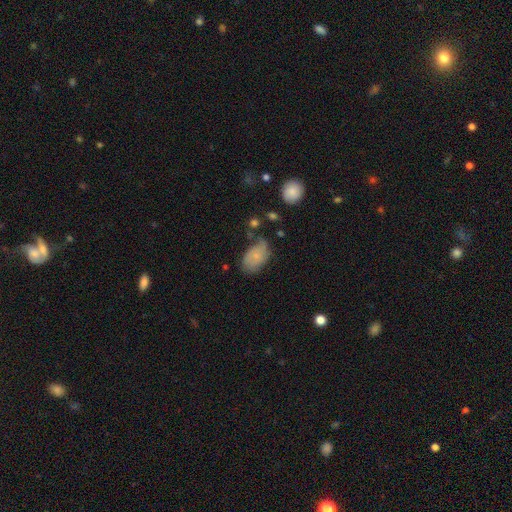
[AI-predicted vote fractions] Overall: smooth (60%; featured or disk 32%). How rounded: in between (89%). Merging: none (51%; minor disturbance 32%).